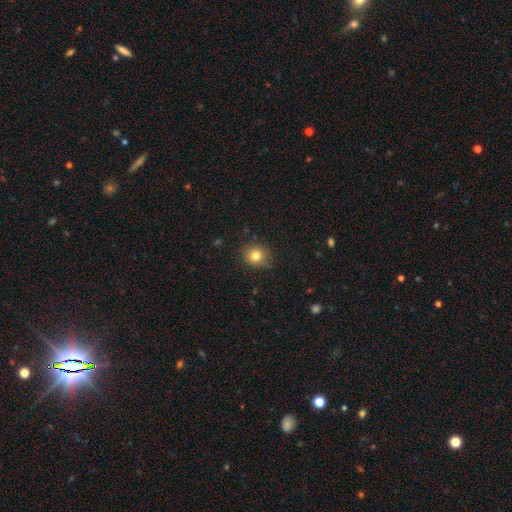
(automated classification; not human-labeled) The model was most divided on "how rounded": round: 80%, in between: 19%, cigar-shaped: 1%. More confident: merging — none (83%); smooth or featured — smooth (81%).